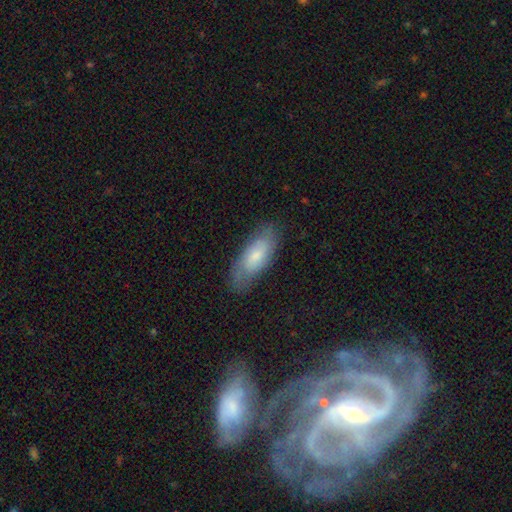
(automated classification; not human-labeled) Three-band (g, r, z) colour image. It shows a smooth galaxy with no disk features (63%) that is in between round and cigar-shaped (78%). Merging: none (73%).